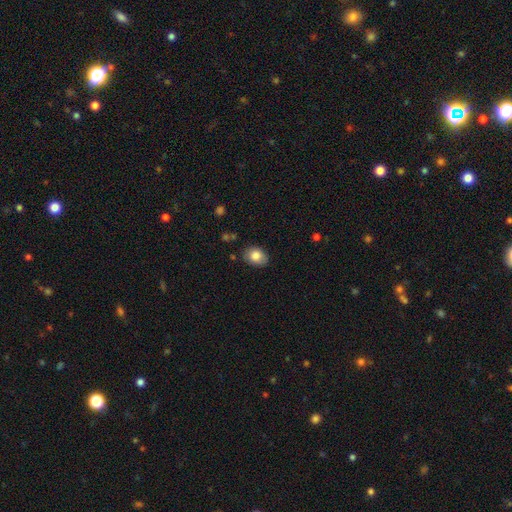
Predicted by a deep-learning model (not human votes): Smooth or featured?
  - smooth: 82% *
  - featured or disk: 10%
  - star or artifact: 8%
How rounded?
  - in between: 71% *
  - round: 28%
  - cigar-shaped: 1%
Merging?
  - none: 81% *
  - minor disturbance: 14%
  - major disturbance: 3%
  - merger: 2%